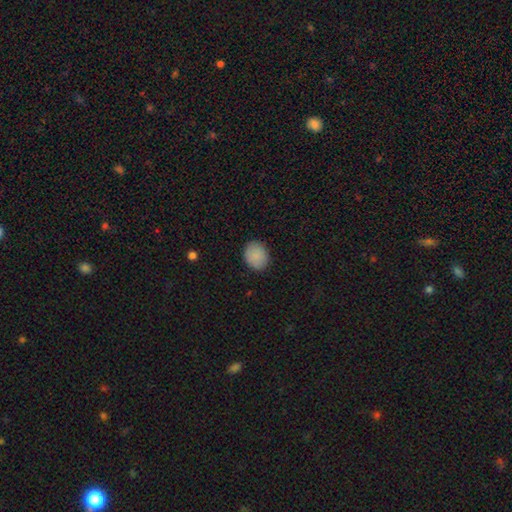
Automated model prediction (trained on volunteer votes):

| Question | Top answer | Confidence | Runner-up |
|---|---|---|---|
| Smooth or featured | smooth | 88% | star or artifact (8%) |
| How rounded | round | 53% | in between (46%) |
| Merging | none | 88% | minor disturbance (9%) |